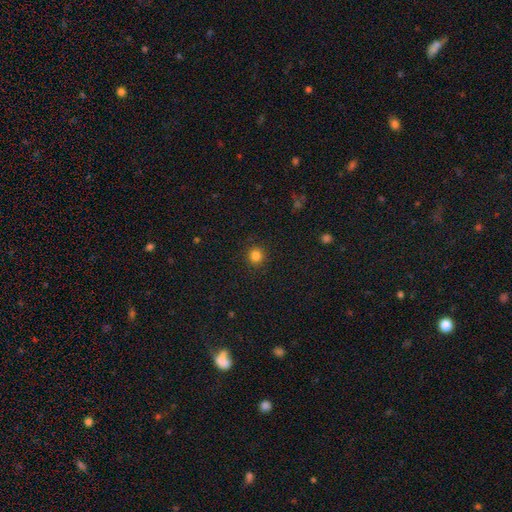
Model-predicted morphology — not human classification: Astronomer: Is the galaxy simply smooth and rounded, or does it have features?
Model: smooth — 83%.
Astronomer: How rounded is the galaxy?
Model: round — 92%.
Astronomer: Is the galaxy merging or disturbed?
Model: none — 91%.